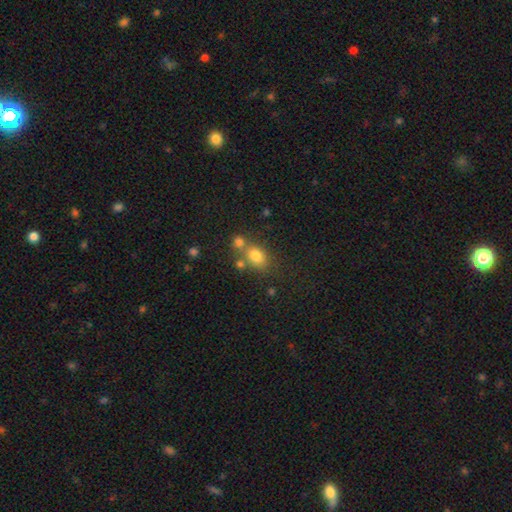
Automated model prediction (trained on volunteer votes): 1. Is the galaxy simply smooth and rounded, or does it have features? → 77% smooth, 13% star or artifact, 10% featured or disk.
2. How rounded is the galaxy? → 61% in between, 38% round, 2% cigar-shaped.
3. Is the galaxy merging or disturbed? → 53% none, 30% merger, 12% minor disturbance, 5% major disturbance.